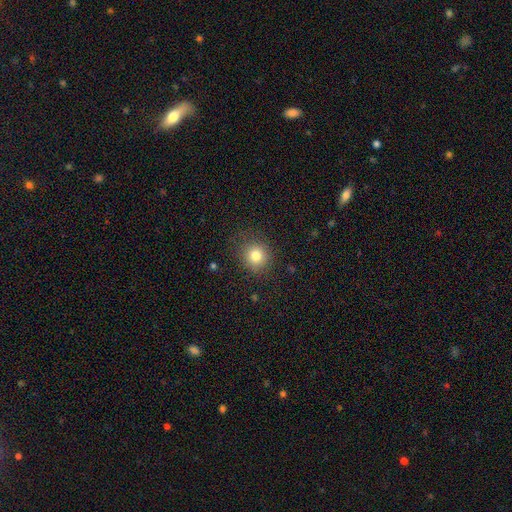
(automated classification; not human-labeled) This appears to be a smooth galaxy with no disk features (81%) that is round (89%). Merging: none (85%).